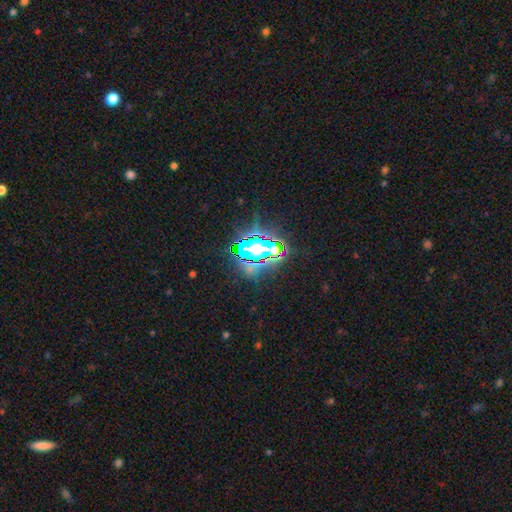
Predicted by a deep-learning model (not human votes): This is clearly a star or artifact rather than a galaxy (83%).